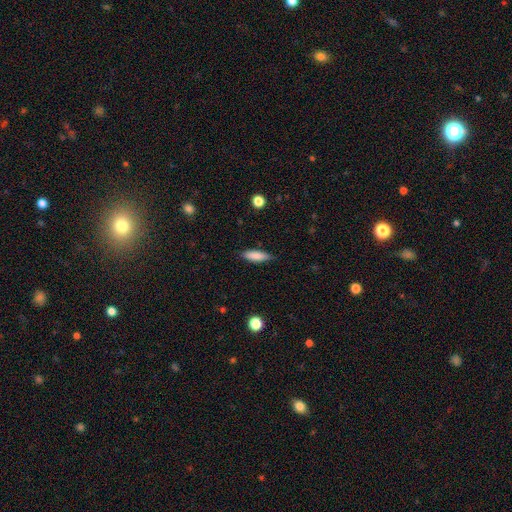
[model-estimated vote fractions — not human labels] smooth-or-featured: smooth: 84% | featured or disk: 10% | star or artifact: 7%
  how-rounded: cigar-shaped: 52% | in between: 46% | round: 2%
  merging: none: 82% | minor disturbance: 15% | major disturbance: 3% | merger: 1%